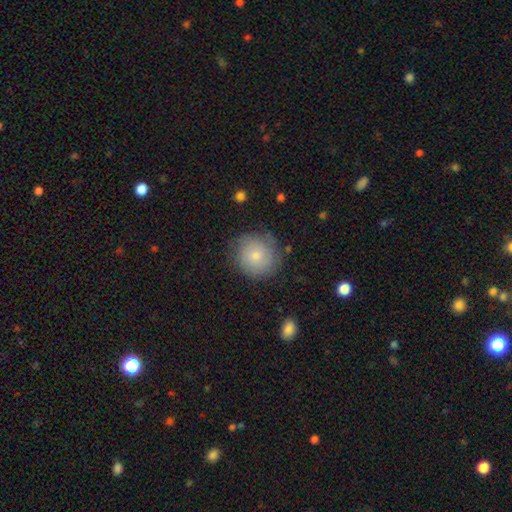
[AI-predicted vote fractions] This appears to be a smooth galaxy with no disk features (71%) that is round (90%). Merging: none (76%).